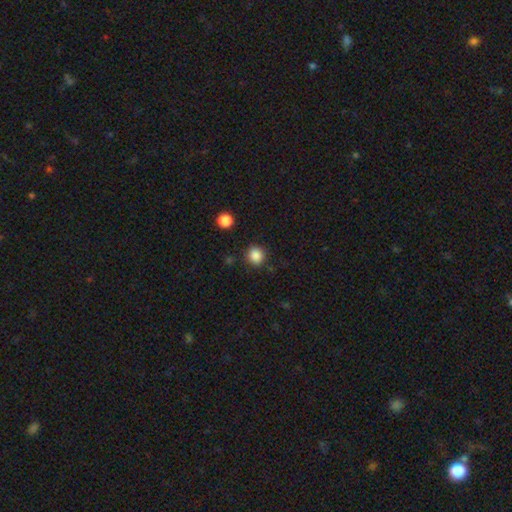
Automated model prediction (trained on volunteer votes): Smooth or featured?
  - smooth: 86% *
  - star or artifact: 11%
  - featured or disk: 3%
How rounded?
  - round: 87% *
  - in between: 12%
  - cigar-shaped: 1%
Merging?
  - none: 87% *
  - minor disturbance: 8%
  - major disturbance: 3%
  - merger: 2%